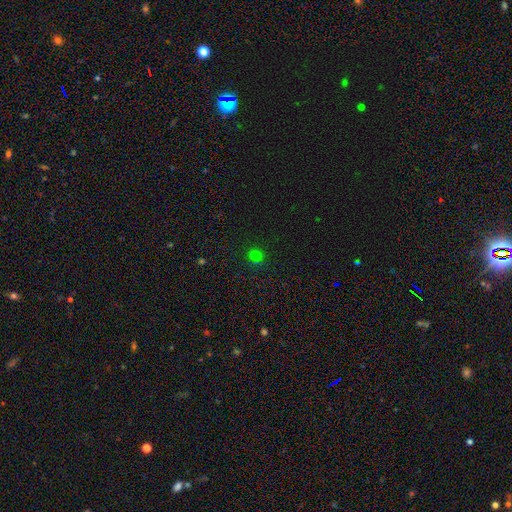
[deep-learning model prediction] smooth-or-featured: smooth: 73% | star or artifact: 23% | featured or disk: 4%
  how-rounded: round: 89% | in between: 10% | cigar-shaped: 1%
  merging: none: 89% | minor disturbance: 7% | major disturbance: 2% | merger: 2%